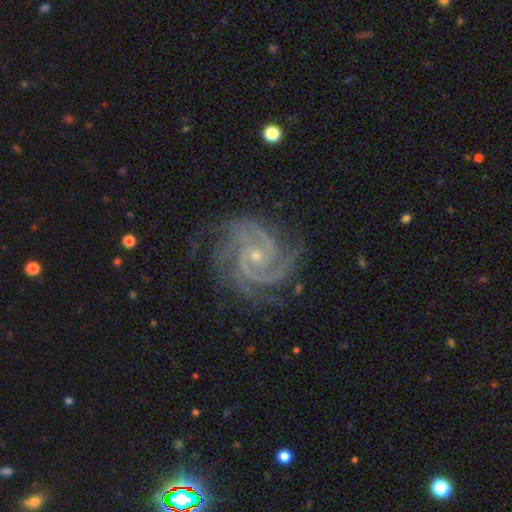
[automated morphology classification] smooth-or-featured: featured or disk: 94% | star or artifact: 4% | smooth: 2%
  disk-edge-on: no: 98% | yes: 2%
    bar: no: 69% | weak: 23% | strong: 8%
    has-spiral-arms: yes: 99% | no: 1%
      spiral-winding: tight: 64% | medium: 32% | loose: 3%
      spiral-arm-count: 3: 42% | 2: 26% | 4: 14% | can't tell: 7% | more than 4: 6% | 1: 6%
    bulge-size: small: 75% | moderate: 22% | none: 1% | large: 1% | dominant: 1%
  merging: none: 74% | minor disturbance: 18% | major disturbance: 6% | merger: 1%